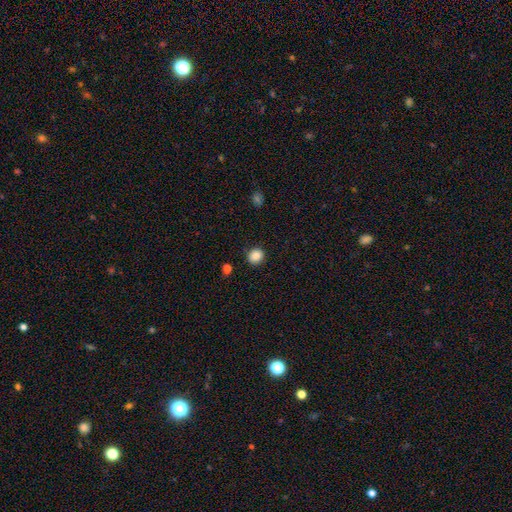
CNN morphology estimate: smooth-or-featured: smooth: 87% | star or artifact: 10% | featured or disk: 3%
  how-rounded: round: 80% | in between: 19% | cigar-shaped: 1%
  merging: none: 88% | minor disturbance: 8% | major disturbance: 2% | merger: 2%